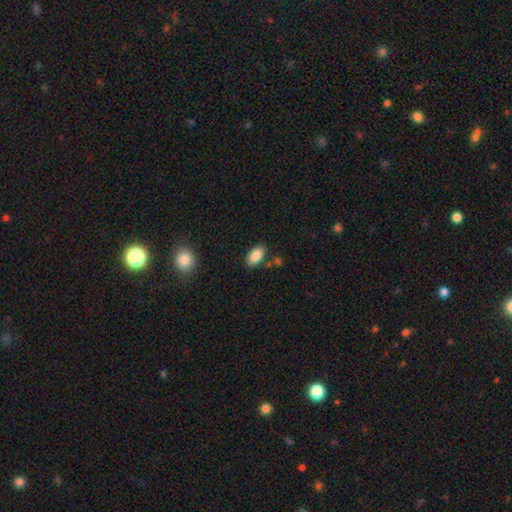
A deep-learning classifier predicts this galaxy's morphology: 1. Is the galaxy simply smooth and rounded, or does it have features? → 87% smooth, 7% star or artifact, 6% featured or disk.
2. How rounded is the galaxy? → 93% in between, 4% round, 2% cigar-shaped.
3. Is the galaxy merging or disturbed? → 82% none, 11% minor disturbance, 5% merger, 3% major disturbance.